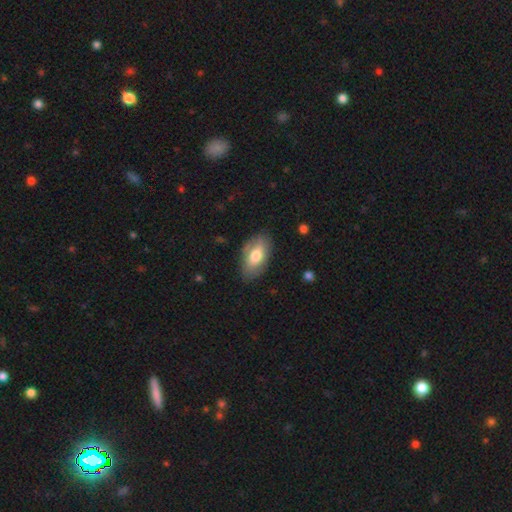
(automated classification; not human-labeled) smooth_or_featured: smooth (p=0.66) [alt: featured or disk p=0.28]
how_rounded: in between (p=0.93) [alt: round p=0.04]
merging: none (p=0.77) [alt: minor disturbance p=0.17]